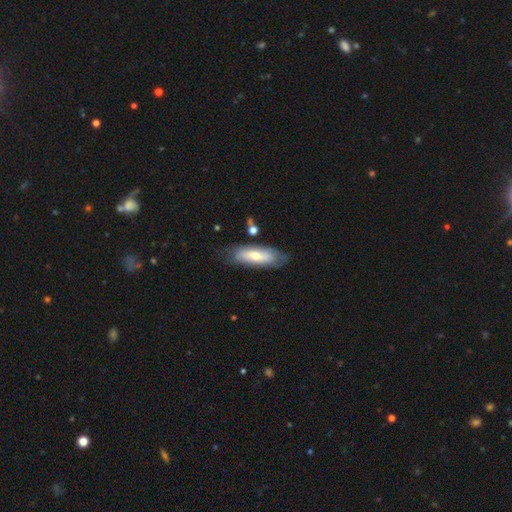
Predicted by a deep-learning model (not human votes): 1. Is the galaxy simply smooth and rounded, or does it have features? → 55% smooth, 39% featured or disk, 6% star or artifact.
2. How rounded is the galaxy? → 62% in between, 36% cigar-shaped, 2% round.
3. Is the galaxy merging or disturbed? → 70% none, 20% minor disturbance, 6% major disturbance, 4% merger.